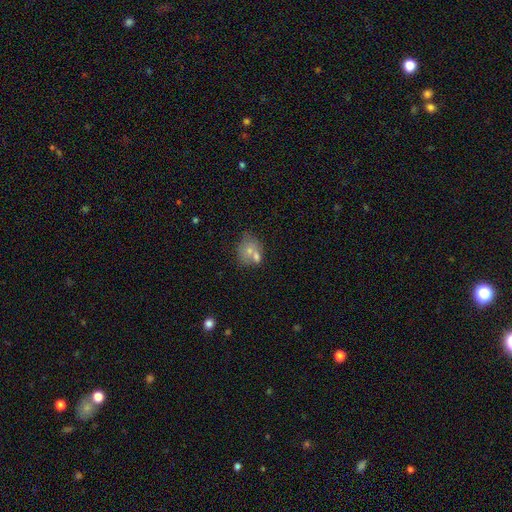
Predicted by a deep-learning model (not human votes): smooth-or-featured: smooth: 64% | featured or disk: 23% | star or artifact: 13%
  how-rounded: round: 61% | in between: 38% | cigar-shaped: 1%
  merging: none: 47% | merger: 31% | minor disturbance: 15% | major disturbance: 7%